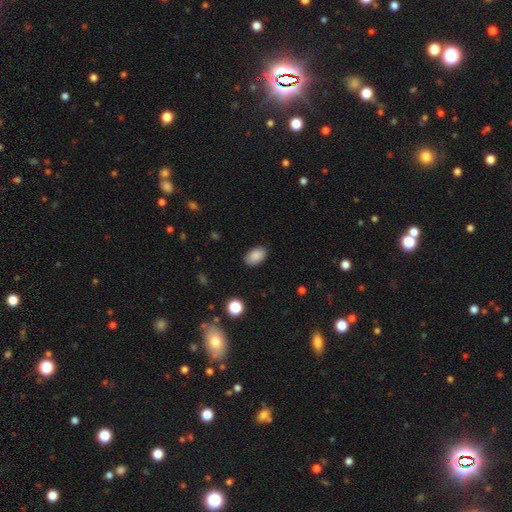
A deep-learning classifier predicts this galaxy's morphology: smooth_or_featured: smooth (p=0.87) [alt: star or artifact p=0.08]
how_rounded: in between (p=0.89) [alt: round p=0.10]
merging: none (p=0.86) [alt: minor disturbance p=0.10]